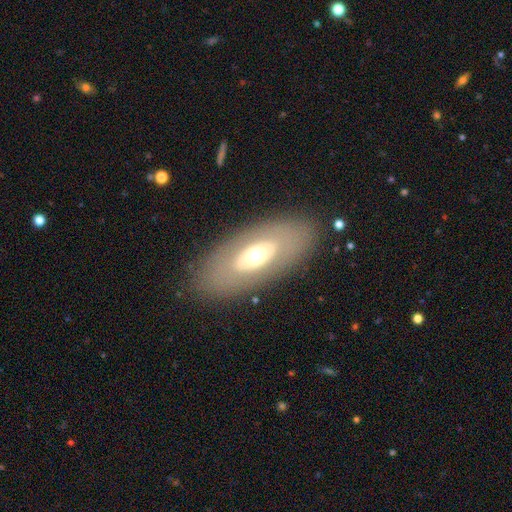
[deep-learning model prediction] A featured or disk galaxy (47%). Merging: none (84%).